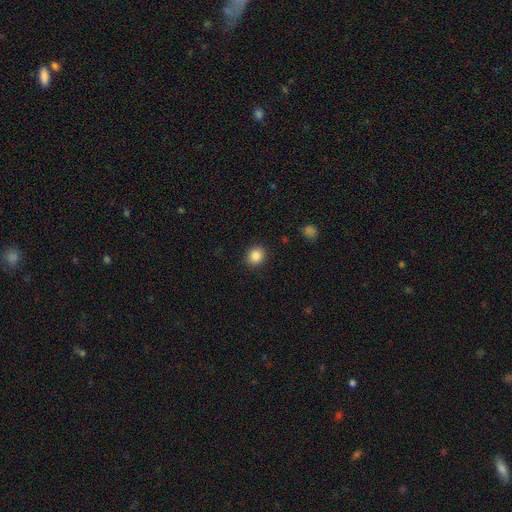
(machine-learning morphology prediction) Smooth or featured?
  - smooth: 86% *
  - star or artifact: 10%
  - featured or disk: 4%
How rounded?
  - round: 74% *
  - in between: 25%
  - cigar-shaped: 1%
Merging?
  - none: 90% *
  - minor disturbance: 6%
  - major disturbance: 2%
  - merger: 1%